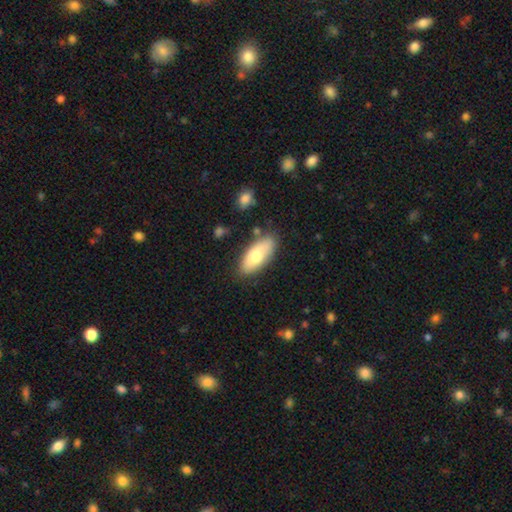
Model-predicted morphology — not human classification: Overall: smooth (74%). How rounded: in between (85%). Merging: none (80%).